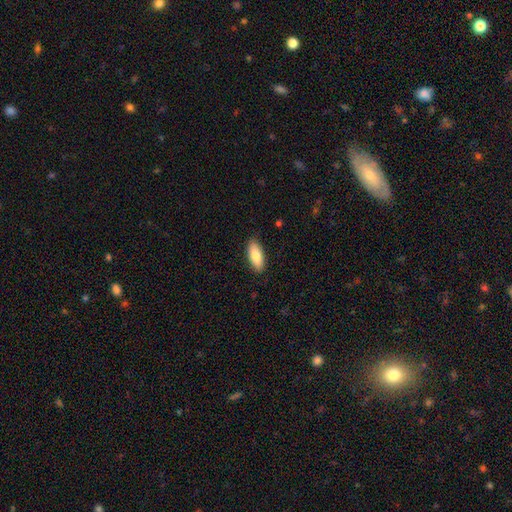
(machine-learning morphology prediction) smooth 82%, featured or disk 12%, star or artifact 6%. Down the decision tree: how rounded — in between (79%); merging — none (88%).